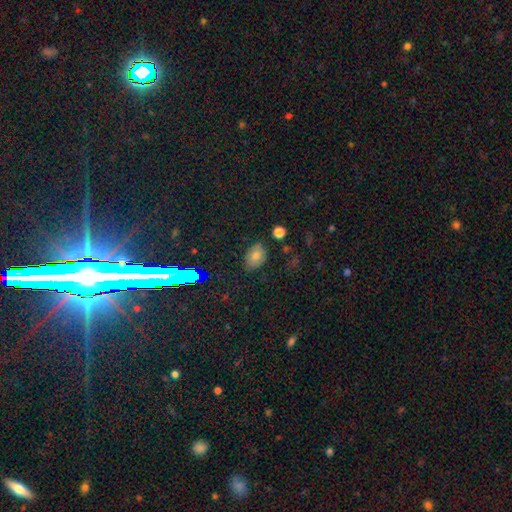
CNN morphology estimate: Overall: smooth (68%). How rounded: in between (79%). Merging: none (81%).